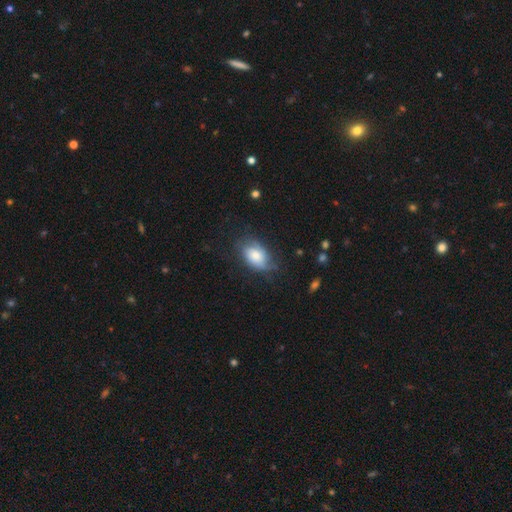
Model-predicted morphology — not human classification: Smooth or featured?
  - smooth: 60% *
  - featured or disk: 32%
  - star or artifact: 8%
How rounded?
  - in between: 87% *
  - round: 11%
  - cigar-shaped: 2%
Merging?
  - none: 56% *
  - minor disturbance: 29%
  - major disturbance: 13%
  - merger: 2%